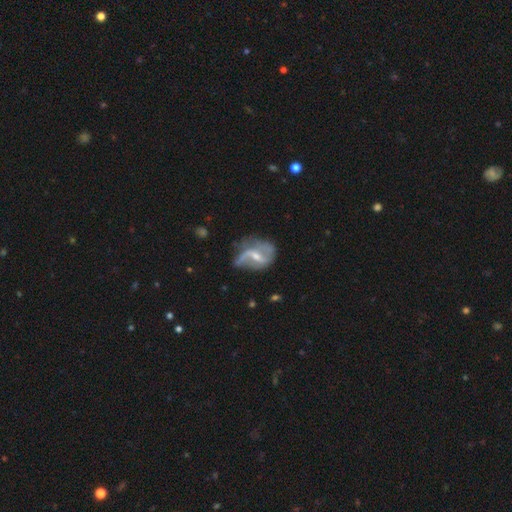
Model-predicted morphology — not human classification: featured or disk 81%, smooth 12%, star or artifact 7%. Down the decision tree: edge-on disk — no (96%); bar — weak (47%); spiral arms — yes (88%); spiral arm count — 2 (71%); spiral winding — loose (62%); bulge size — small (52%); merging — none (43%).